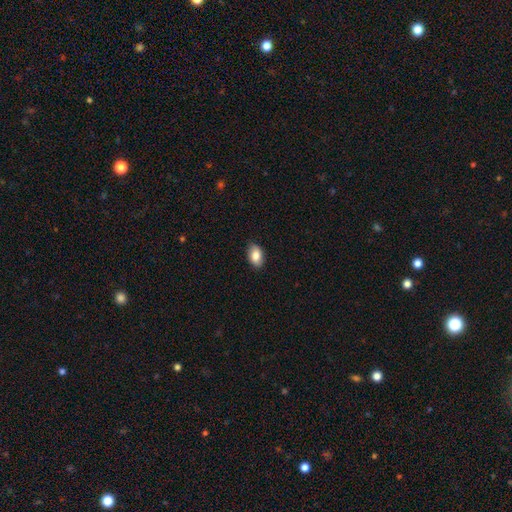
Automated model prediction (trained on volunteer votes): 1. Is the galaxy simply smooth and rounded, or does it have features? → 85% smooth, 8% featured or disk, 7% star or artifact.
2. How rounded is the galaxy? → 91% in between, 7% round, 2% cigar-shaped.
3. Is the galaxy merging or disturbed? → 88% none, 9% minor disturbance, 2% major disturbance, 1% merger.